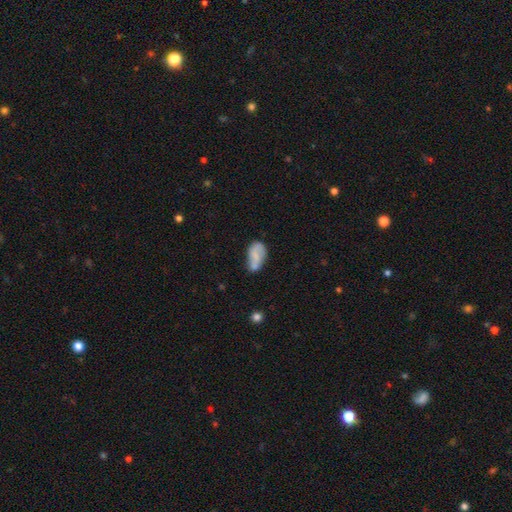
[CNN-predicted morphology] A smooth galaxy with no disk features (59%) that is in between round and cigar-shaped (91%). Merging: none (42%).